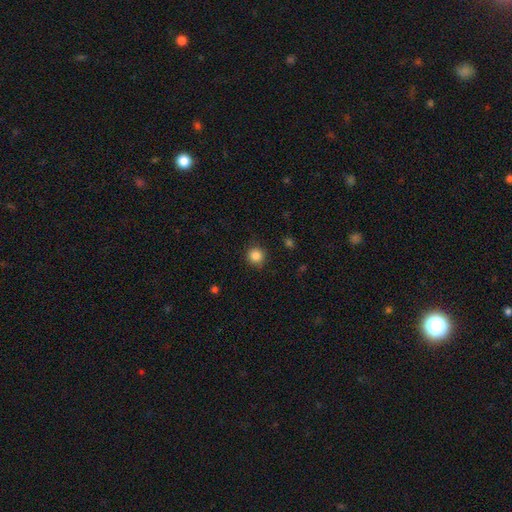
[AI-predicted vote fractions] Smooth or featured: smooth — 85% (star or artifact — 11%)
How rounded: round — 94% (in between — 6%)
Merging: none — 88% (minor disturbance — 9%)